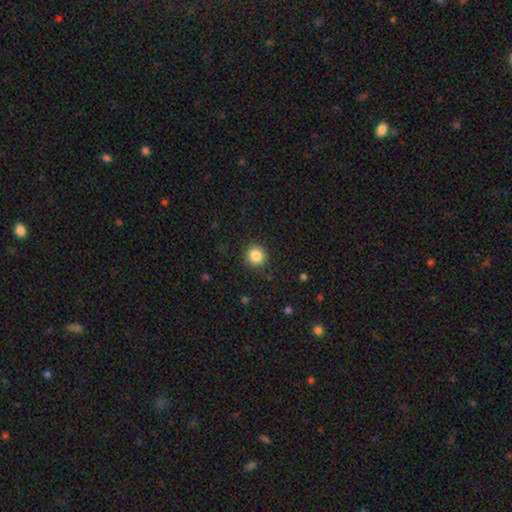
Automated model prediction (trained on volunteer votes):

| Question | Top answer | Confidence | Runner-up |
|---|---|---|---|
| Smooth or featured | smooth | 85% | star or artifact (10%) |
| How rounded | round | 89% | in between (10%) |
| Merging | none | 89% | minor disturbance (8%) |